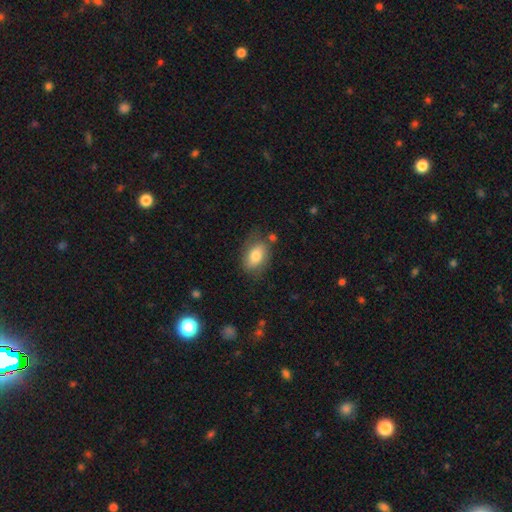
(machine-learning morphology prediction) smooth-or-featured: smooth: 75% | featured or disk: 18% | star or artifact: 7%
  how-rounded: in between: 87% | round: 10% | cigar-shaped: 2%
  merging: none: 67% | minor disturbance: 21% | major disturbance: 7% | merger: 5%